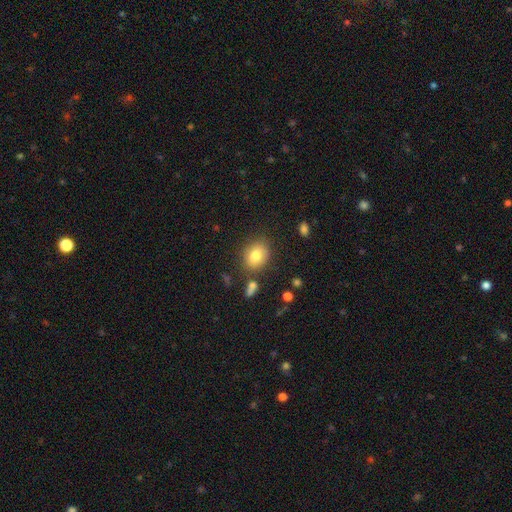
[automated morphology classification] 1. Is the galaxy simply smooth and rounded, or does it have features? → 81% smooth, 10% featured or disk, 9% star or artifact.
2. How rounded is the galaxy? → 52% in between, 47% round, 1% cigar-shaped.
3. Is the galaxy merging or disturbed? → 79% none, 12% minor disturbance, 6% merger, 4% major disturbance.